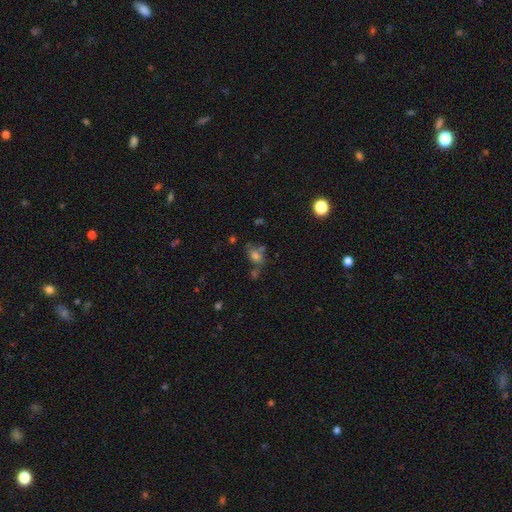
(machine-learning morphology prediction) Overall: smooth (68%). How rounded: in between (73%). Merging: none (49%; merger 24%).